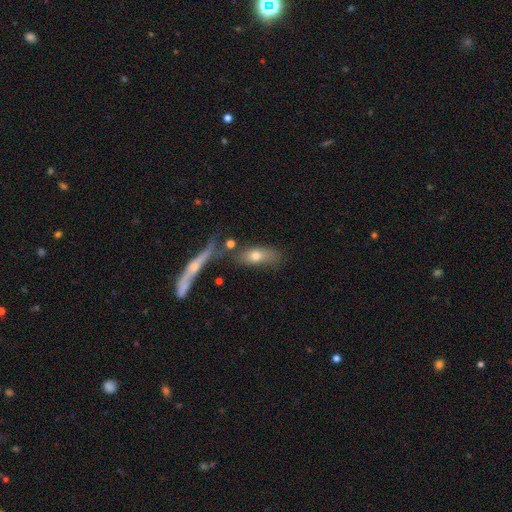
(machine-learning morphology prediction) smooth 66%, featured or disk 26%, star or artifact 8%. Down the decision tree: how rounded — in between (66%); merging — none (56%).